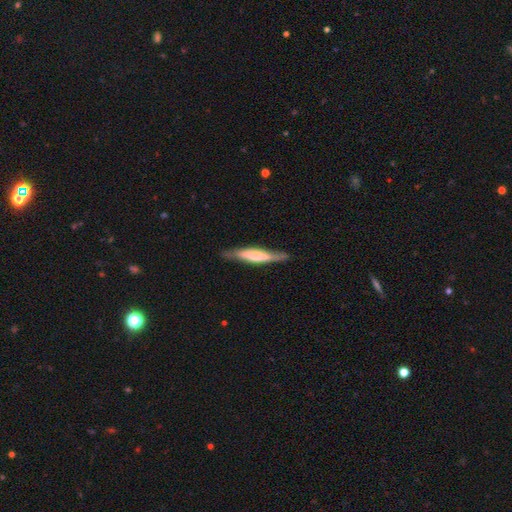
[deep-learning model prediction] smooth 50%, featured or disk 45%, star or artifact 5%. Down the decision tree: merging — none (80%).